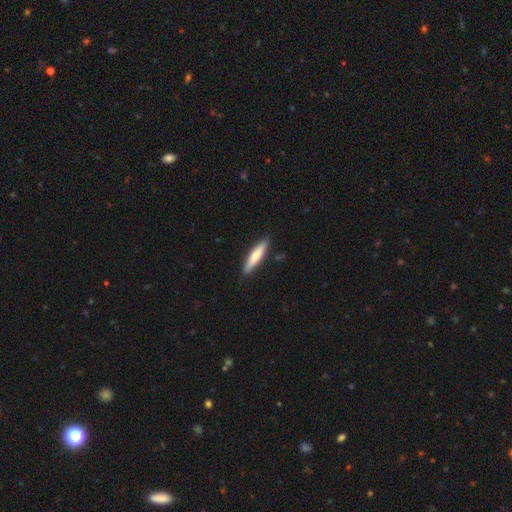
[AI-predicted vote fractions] Q: Smooth or featured?
A: smooth (69%); runner-up: featured or disk (26%)
Q: How rounded?
A: cigar-shaped (84%); runner-up: in between (15%)
Q: Merging?
A: none (89%); runner-up: minor disturbance (8%)